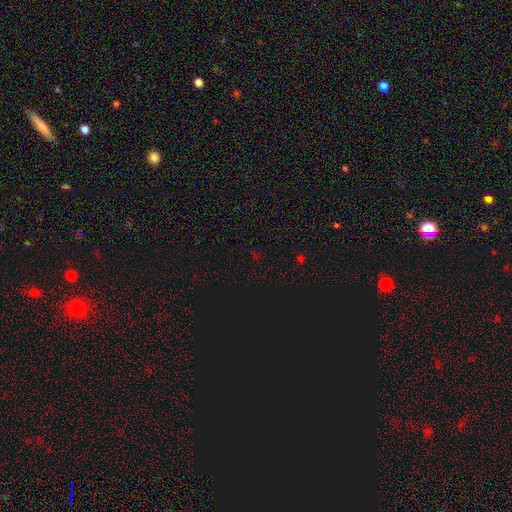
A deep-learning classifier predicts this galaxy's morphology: star or artifact 75%, smooth 18%, featured or disk 7%.